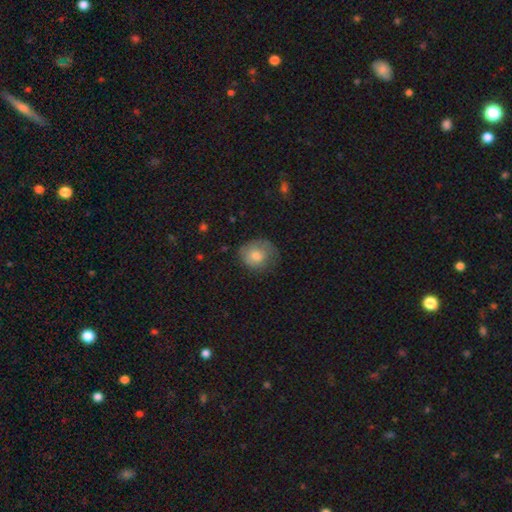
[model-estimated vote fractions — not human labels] smooth 72%, featured or disk 19%, star or artifact 8%. Down the decision tree: how rounded — round (69%); merging — none (56%).